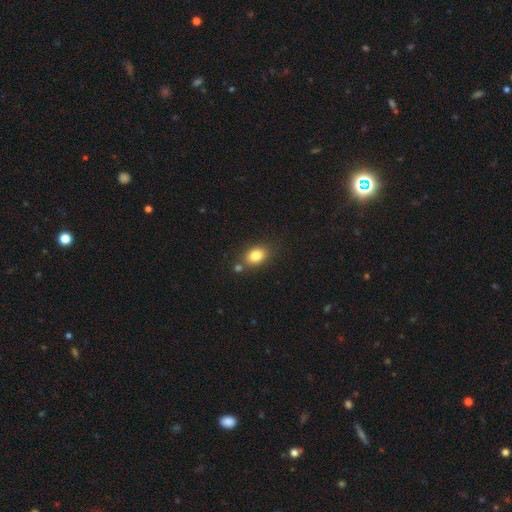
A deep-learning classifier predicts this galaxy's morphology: smooth 81%, star or artifact 10%, featured or disk 9%. Down the decision tree: how rounded — in between (72%); merging — none (73%).